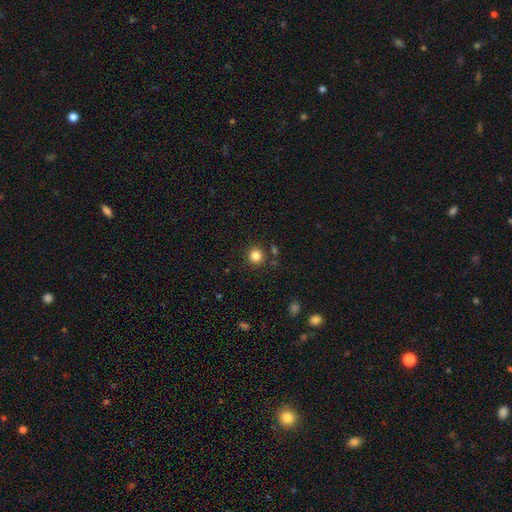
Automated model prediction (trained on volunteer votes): A smooth galaxy with no disk features (83%) that is round (93%). Merging: none (87%).